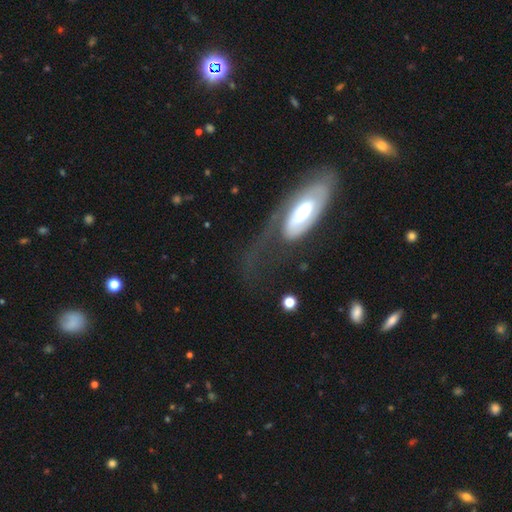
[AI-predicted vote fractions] Smooth or featured? Predicted: featured or disk (p=0.64). Edge-on disk? Predicted: no (p=0.82). Bar? Predicted: no (p=0.55). Spiral arms? Predicted: yes (p=0.70). Bulge size? Predicted: moderate (p=0.47). Merging? Predicted: none (p=0.41).